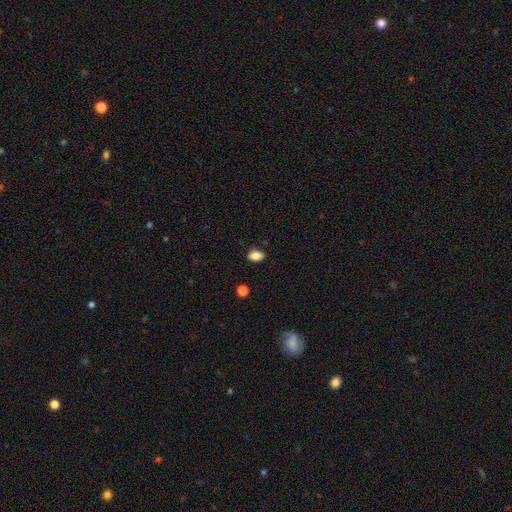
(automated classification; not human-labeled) This appears to be a smooth galaxy with no disk features (85%) that is in between round and cigar-shaped (86%). Merging: none (83%).